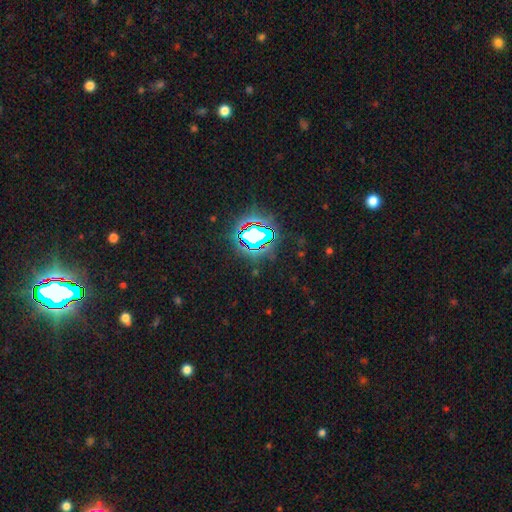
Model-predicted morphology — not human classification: smooth-or-featured: star or artifact: 82% | smooth: 11% | featured or disk: 7%